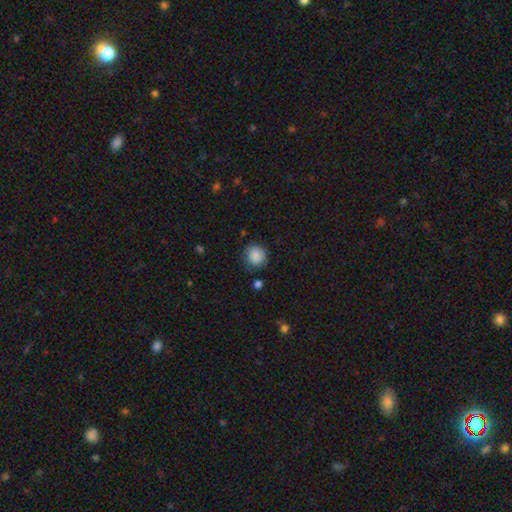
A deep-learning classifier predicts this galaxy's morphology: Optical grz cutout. It shows a smooth galaxy with no disk features (87%) that is round (90%). Merging: none (80%).